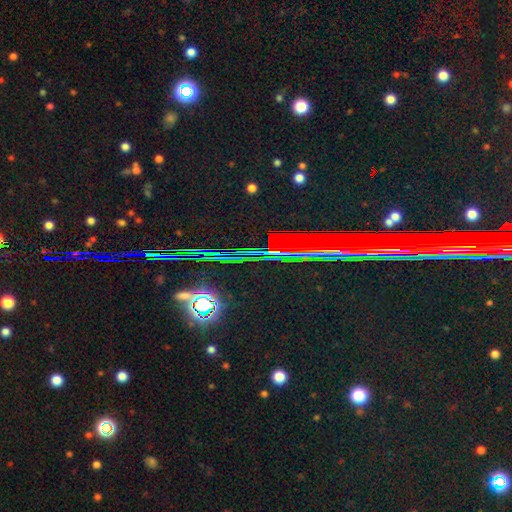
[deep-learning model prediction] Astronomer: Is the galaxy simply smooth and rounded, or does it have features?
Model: star or artifact — 77%.